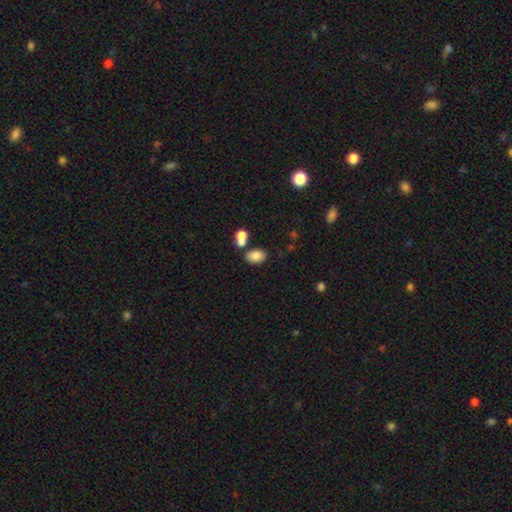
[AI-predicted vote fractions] Smooth or featured?
  - smooth: 83% *
  - star or artifact: 9%
  - featured or disk: 8%
How rounded?
  - in between: 88% *
  - round: 11%
  - cigar-shaped: 1%
Merging?
  - none: 60% *
  - merger: 23%
  - minor disturbance: 12%
  - major disturbance: 4%